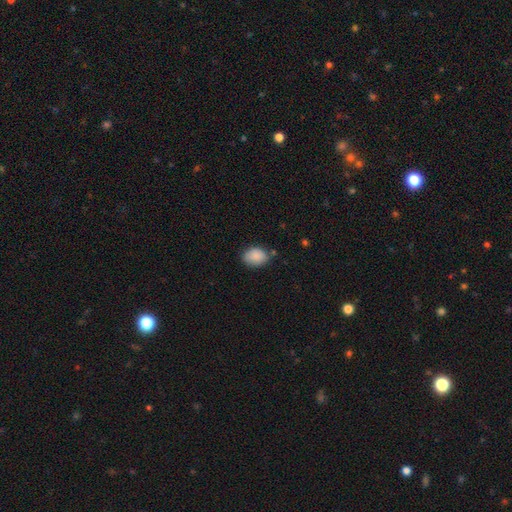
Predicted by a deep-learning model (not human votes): smooth-or-featured: smooth: 89% | star or artifact: 7% | featured or disk: 4%
  how-rounded: in between: 74% | round: 25% | cigar-shaped: 1%
  merging: none: 72% | minor disturbance: 20% | major disturbance: 4% | merger: 4%